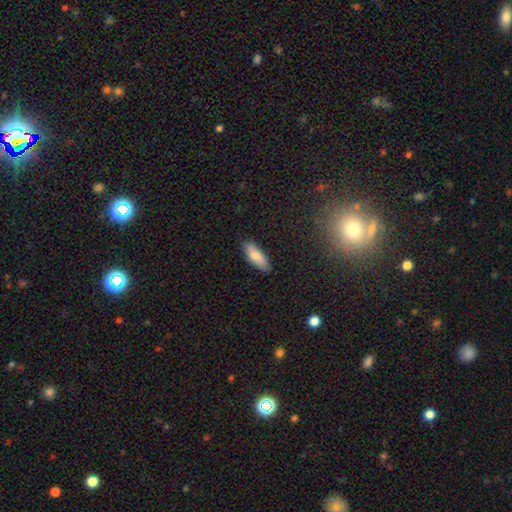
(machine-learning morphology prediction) This appears to be a smooth galaxy with no disk features (79%) that is in between round and cigar-shaped (71%). Merging: none (83%).